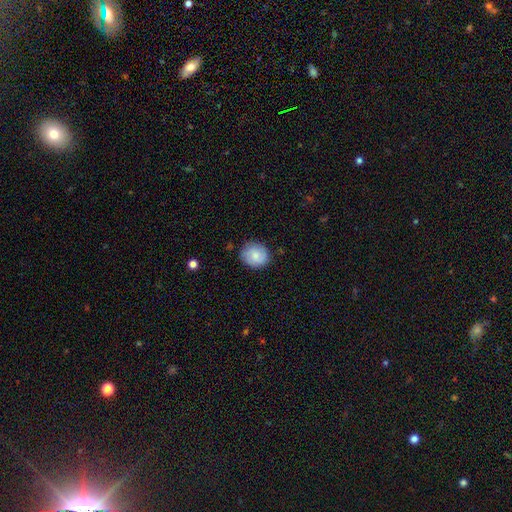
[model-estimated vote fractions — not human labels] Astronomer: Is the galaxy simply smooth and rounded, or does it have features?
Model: smooth — 73%.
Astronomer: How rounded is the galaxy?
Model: round — 75%.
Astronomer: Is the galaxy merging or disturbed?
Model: none — 81%.